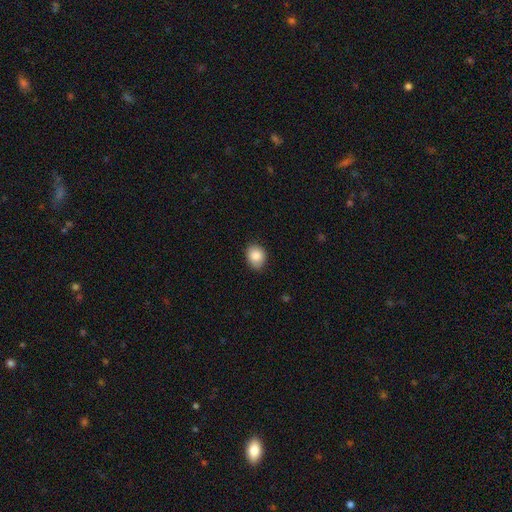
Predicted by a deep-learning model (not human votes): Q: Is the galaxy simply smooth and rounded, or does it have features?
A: smooth — 85%.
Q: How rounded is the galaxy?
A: round — 50%.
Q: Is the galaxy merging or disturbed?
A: none — 83%.